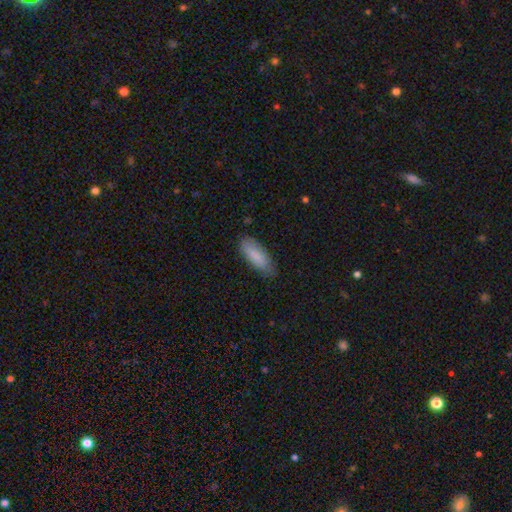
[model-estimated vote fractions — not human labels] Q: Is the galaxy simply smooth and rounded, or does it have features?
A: smooth — 86%.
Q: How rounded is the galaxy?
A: in between — 70%.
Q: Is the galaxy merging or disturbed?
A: none — 78%.